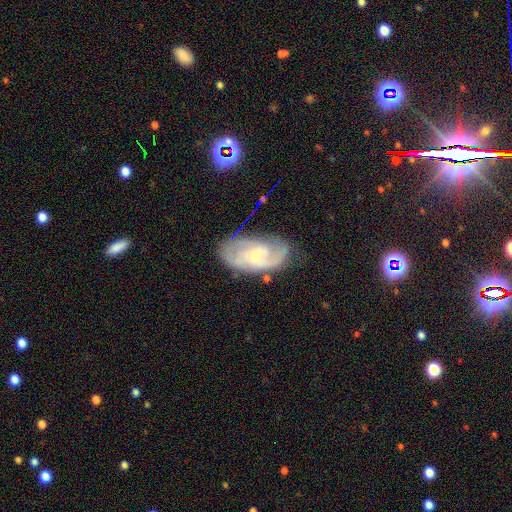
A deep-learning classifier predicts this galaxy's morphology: Q: Smooth or featured?
A: featured or disk (78%); runner-up: smooth (15%)
Q: Edge-on disk?
A: no (95%); runner-up: yes (5%)
Q: Bar?
A: no (49%); runner-up: weak (42%)
Q: Spiral arms?
A: yes (92%); runner-up: no (8%)
Q: Spiral winding?
A: medium (43%); runner-up: tight (38%)
Q: Spiral arm count?
A: 2 (51%); runner-up: can't tell (25%)
Q: Bulge size?
A: small (65%); runner-up: moderate (31%)
Q: Merging?
A: none (69%); runner-up: minor disturbance (21%)